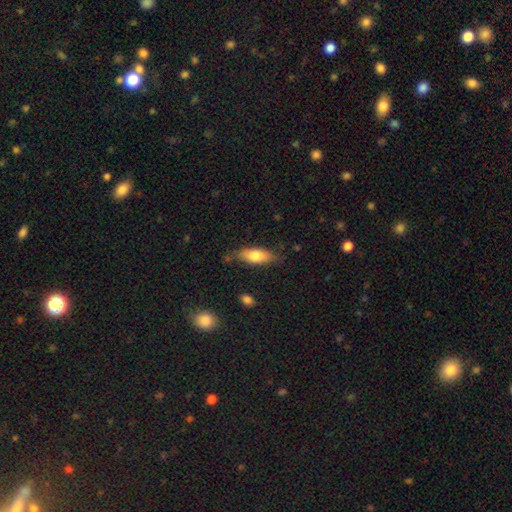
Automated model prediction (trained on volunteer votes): smooth-or-featured: smooth: 73% | featured or disk: 20% | star or artifact: 6%
  how-rounded: in between: 70% | cigar-shaped: 27% | round: 3%
  merging: none: 75% | minor disturbance: 19% | major disturbance: 4% | merger: 3%